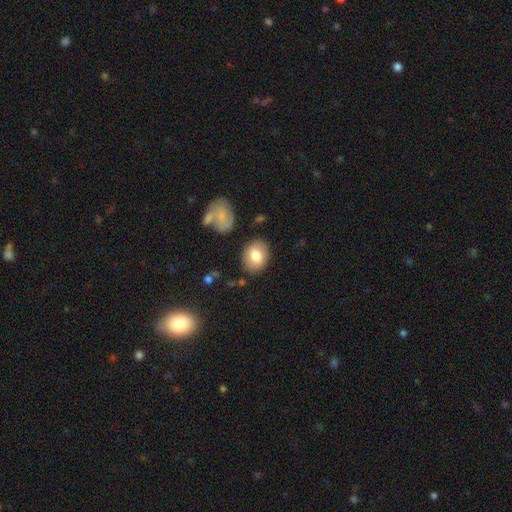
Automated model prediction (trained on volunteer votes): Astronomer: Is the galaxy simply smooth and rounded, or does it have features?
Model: smooth — 78%.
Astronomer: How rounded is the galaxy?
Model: in between — 55% (runner-up: round, 44%).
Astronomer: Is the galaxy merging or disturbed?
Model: none — 84%.